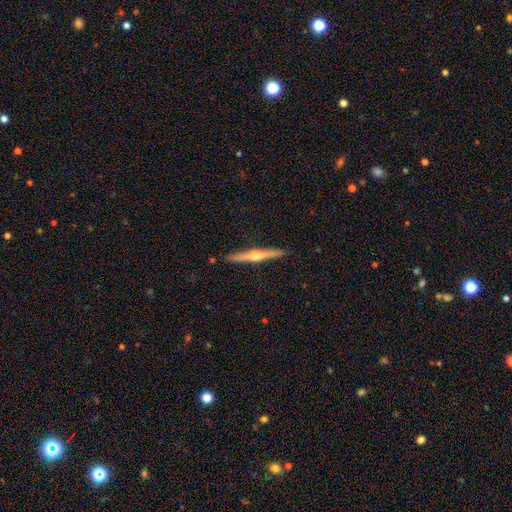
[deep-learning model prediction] Overall: featured or disk (72%). Edge-on disk: yes (98%). Edge-on bulge: rounded (91%). Merging: none (91%).